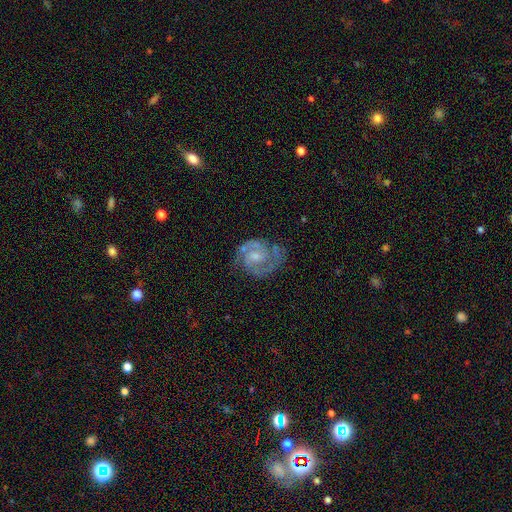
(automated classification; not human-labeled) This is clearly a featured or disk galaxy (87%). It is clearly not viewed edge-on (98%). Bar: possibly no (50%). Spiral arm pattern: clearly yes (96%). Spiral arm count: clearly 2 (82%). Spiral winding: possibly medium (47%). Central bulge: possibly small (47%). Merging: likely none (69%).